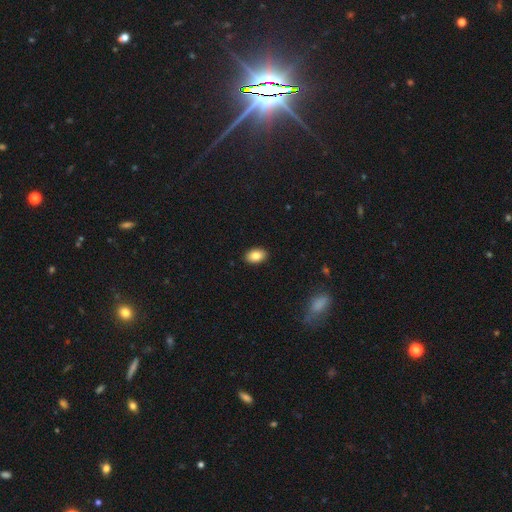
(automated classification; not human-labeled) Smooth or featured: smooth — 84% (star or artifact — 8%)
How rounded: in between — 88% (round — 10%)
Merging: none — 90% (minor disturbance — 7%)